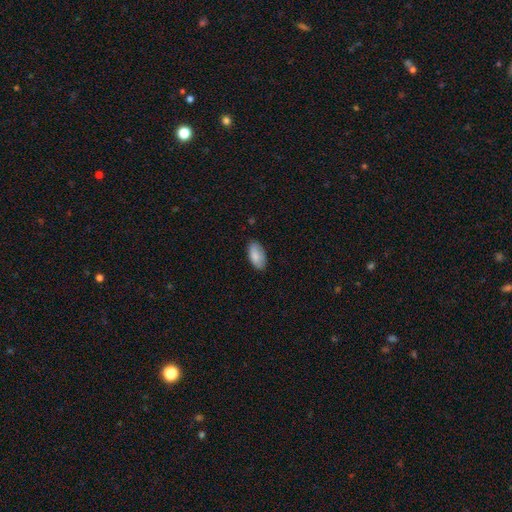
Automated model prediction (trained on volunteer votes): A smooth galaxy with no disk features (85%) that is in between round and cigar-shaped (95%). Merging: none (82%).